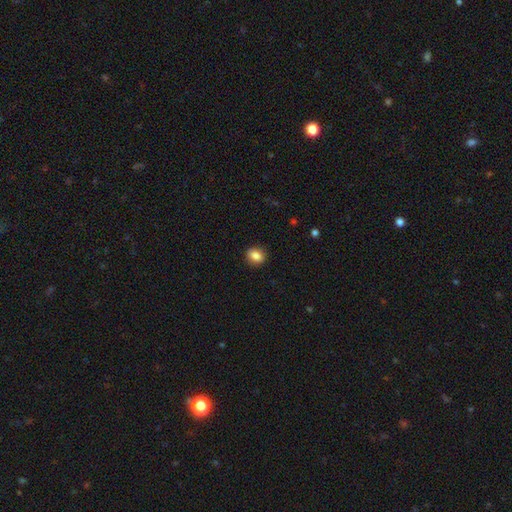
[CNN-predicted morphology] smooth_or_featured: smooth (p=0.85) [alt: star or artifact p=0.09]
how_rounded: round (p=0.55) [alt: in between p=0.44]
merging: none (p=0.89) [alt: minor disturbance p=0.08]